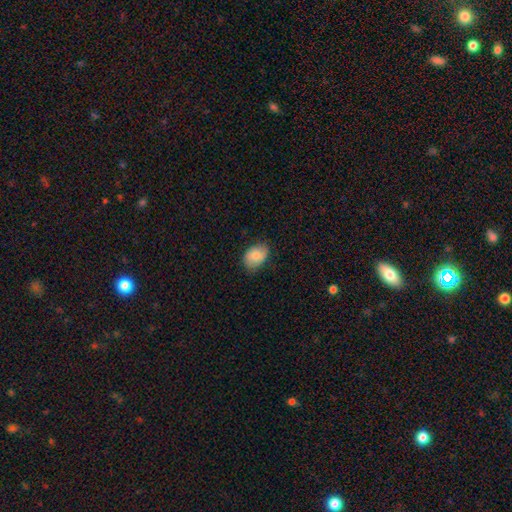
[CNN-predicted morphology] Smooth or featured?
  - smooth: 81% *
  - featured or disk: 13%
  - star or artifact: 7%
How rounded?
  - in between: 80% *
  - round: 19%
  - cigar-shaped: 1%
Merging?
  - none: 74% *
  - minor disturbance: 22%
  - major disturbance: 4%
  - merger: 1%